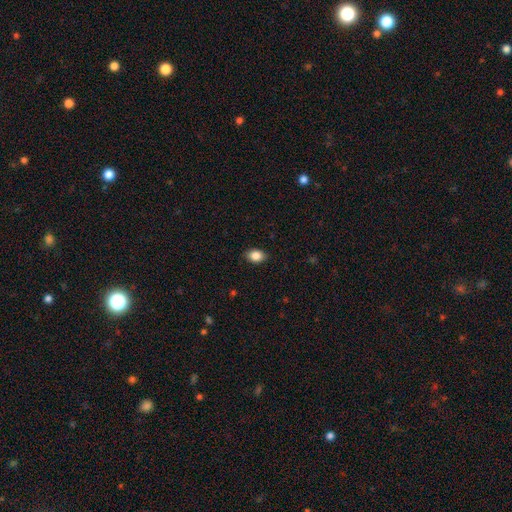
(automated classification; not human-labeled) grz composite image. It shows a smooth galaxy with no disk features (86%) that is in between round and cigar-shaped (77%). Merging: none (87%).